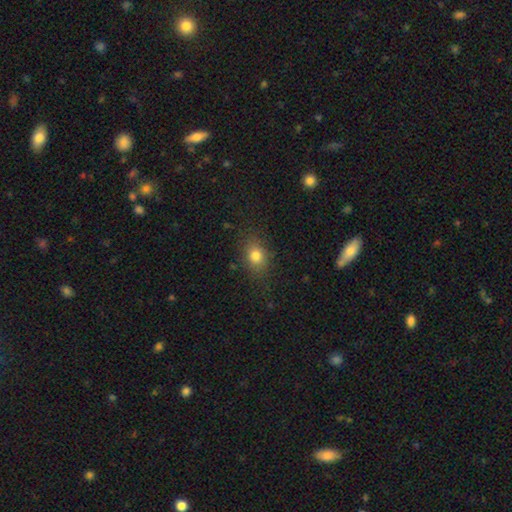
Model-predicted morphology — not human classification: This is likely a smooth galaxy (80%). How rounded: possibly in between (59%). Merging: clearly none (81%).